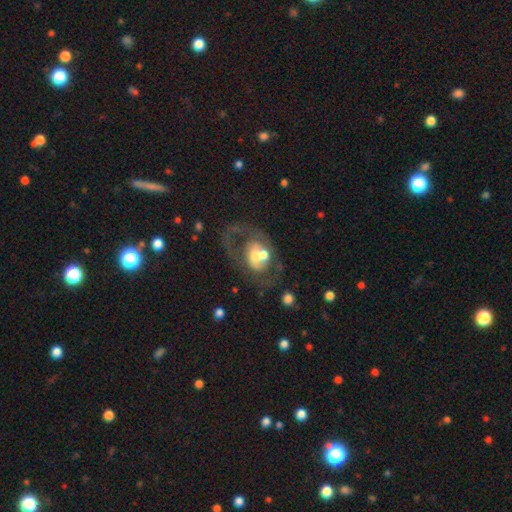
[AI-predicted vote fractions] Smooth or featured? featured or disk (60%)
Edge-on disk? no (95%)
Bar? no (73%)
Spiral arms? no (63%)
Bulge size? moderate (56%)
Merging? none (39%)